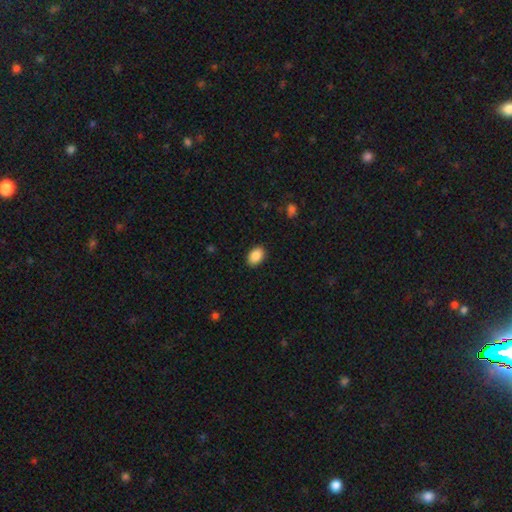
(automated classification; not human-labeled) smooth 89%, star or artifact 7%, featured or disk 4%. Down the decision tree: how rounded — in between (87%); merging — none (89%).